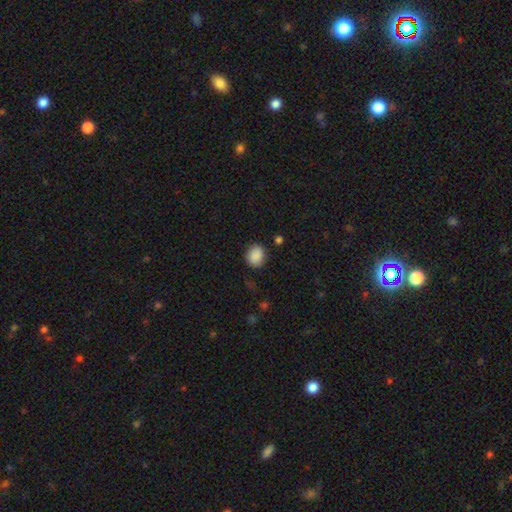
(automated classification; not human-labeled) Smooth or featured: smooth — 88% (star or artifact — 8%)
How rounded: round — 65% (in between — 34%)
Merging: none — 84% (minor disturbance — 12%)